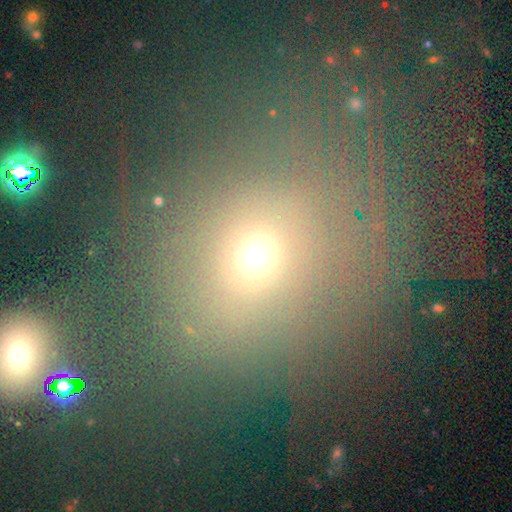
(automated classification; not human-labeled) Overall: smooth (65%). How rounded: round (52%; in between 45%). Merging: none (59%).